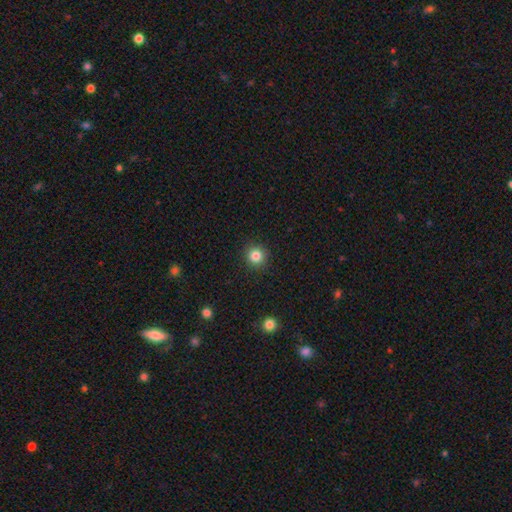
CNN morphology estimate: type=smooth (83%); roundness=round (94%); merging=none (92%).